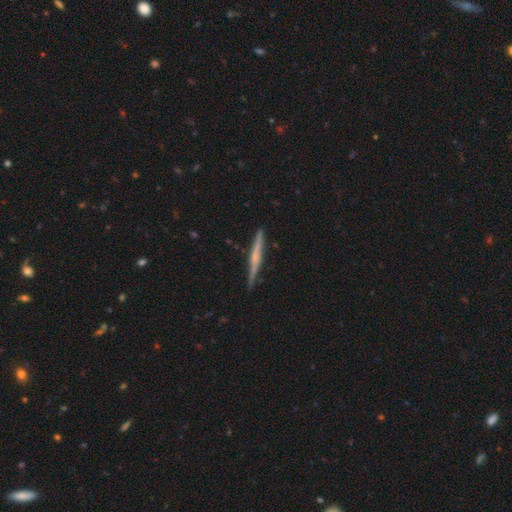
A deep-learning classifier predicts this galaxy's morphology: Smooth or featured? featured or disk (63%)
Edge-on disk? yes (98%)
Edge-on bulge? rounded (47%)
Merging? none (88%)